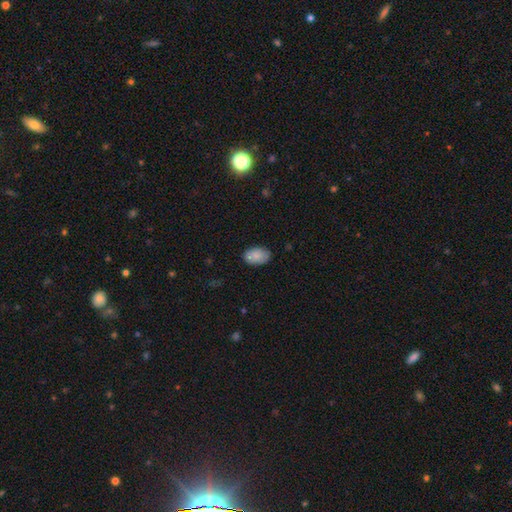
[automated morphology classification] type=smooth (85%); roundness=in between (90%); merging=none (80%).